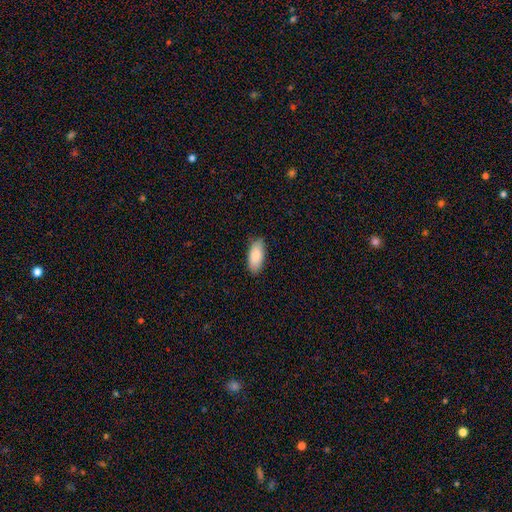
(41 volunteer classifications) Smooth or featured? smooth (93%)
How rounded? in between (76%)
Merging? none (89%)